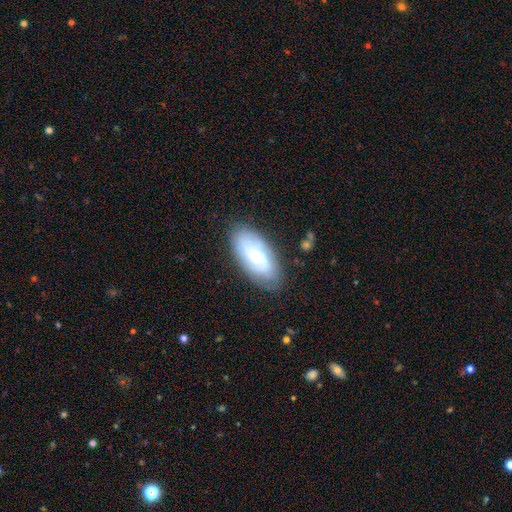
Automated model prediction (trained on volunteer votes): This is possibly a featured or disk galaxy (51%). It is clearly not viewed edge-on (92%). Merging: likely none (78%).